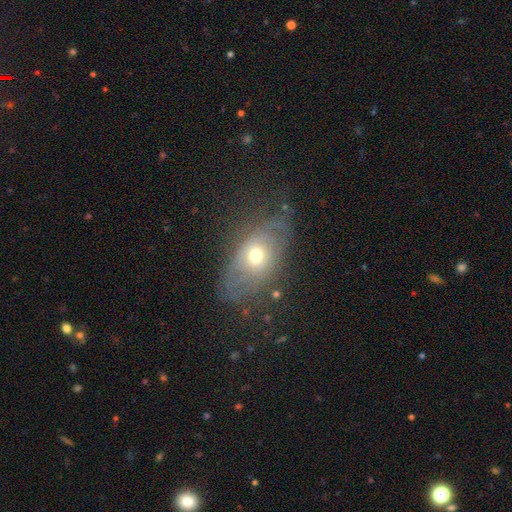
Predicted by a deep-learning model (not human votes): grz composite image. It shows a featured or disk galaxy (51%). Merging: none (62%).